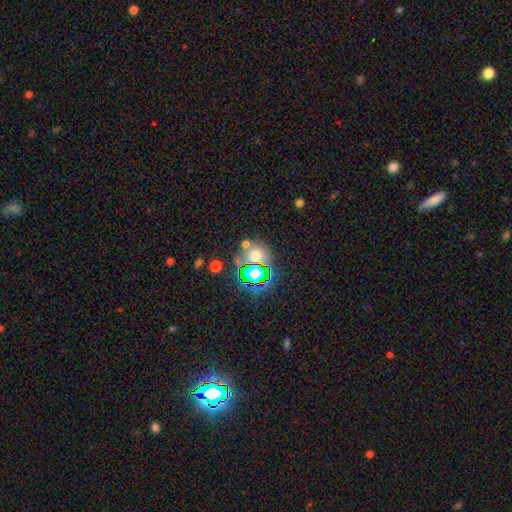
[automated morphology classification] This appears to be a smooth galaxy with no disk features (51%) that is round (75%). Merging: none (64%).